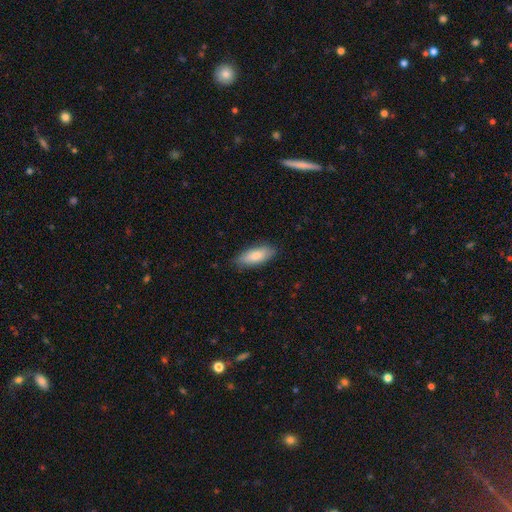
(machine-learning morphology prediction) This is clearly a smooth galaxy (82%). How rounded: likely in between (72%). Merging: clearly none (82%).